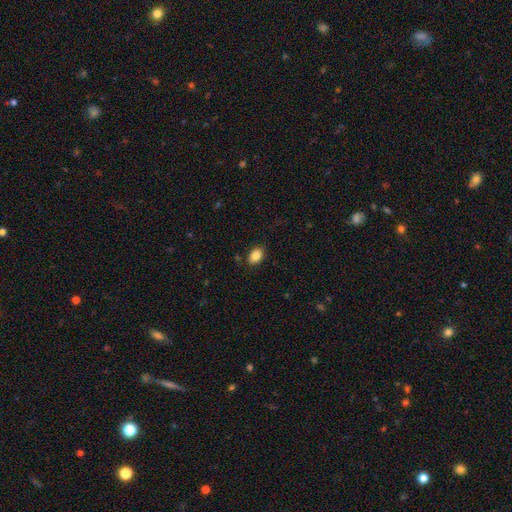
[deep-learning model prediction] Smooth or featured?
  - smooth: 85% *
  - star or artifact: 8%
  - featured or disk: 6%
How rounded?
  - in between: 78% *
  - round: 21%
  - cigar-shaped: 1%
Merging?
  - none: 86% *
  - minor disturbance: 10%
  - major disturbance: 2%
  - merger: 2%